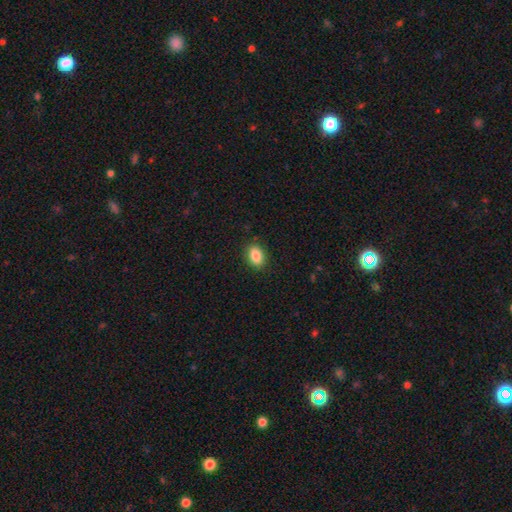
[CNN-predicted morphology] Smooth or featured? Predicted: smooth (p=0.87). How rounded? Predicted: in between (p=0.84). Merging? Predicted: none (p=0.88).